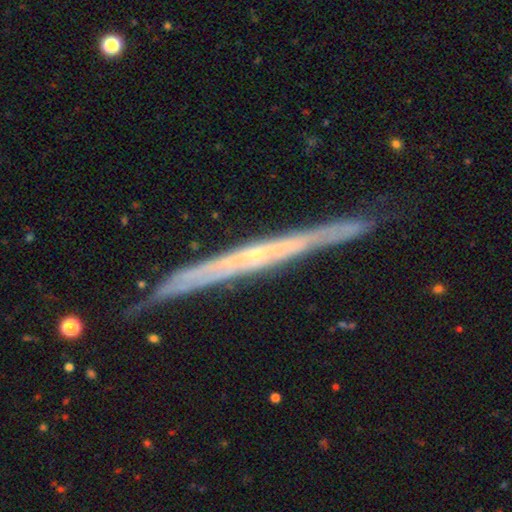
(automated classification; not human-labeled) Smooth or featured? Predicted: featured or disk (p=0.78). Edge-on disk? Predicted: yes (p=0.95). Edge-on bulge? Predicted: none (p=0.61). Merging? Predicted: none (p=0.82).